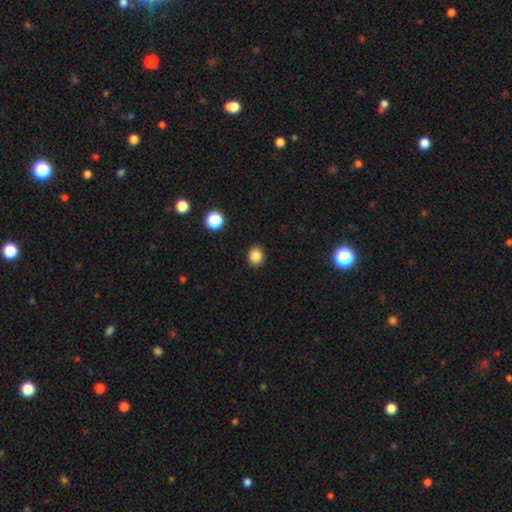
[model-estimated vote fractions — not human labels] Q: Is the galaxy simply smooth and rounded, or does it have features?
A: smooth — 85%.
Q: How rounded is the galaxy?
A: round — 65%.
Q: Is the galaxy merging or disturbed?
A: none — 91%.